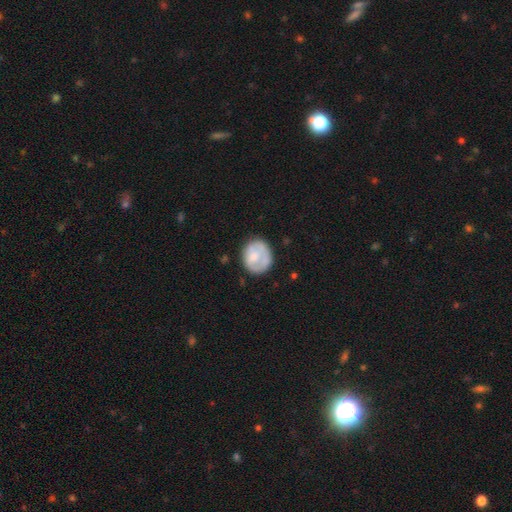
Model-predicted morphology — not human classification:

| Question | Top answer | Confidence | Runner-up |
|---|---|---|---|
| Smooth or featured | smooth | 62% | featured or disk (31%) |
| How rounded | round | 72% | in between (27%) |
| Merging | none | 64% | minor disturbance (23%) |